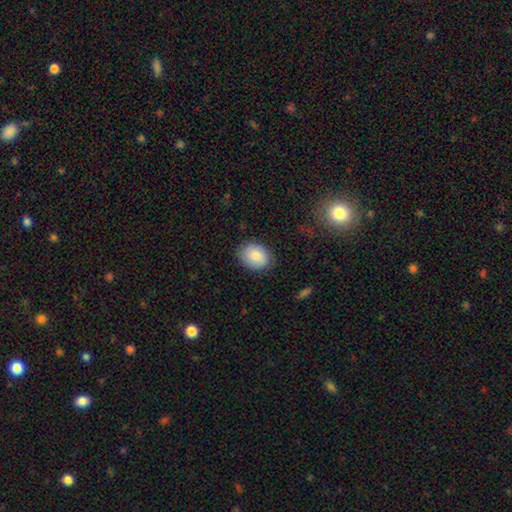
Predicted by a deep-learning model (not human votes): Smooth or featured: smooth — 84% (featured or disk — 9%)
How rounded: in between — 68% (round — 31%)
Merging: none — 81% (minor disturbance — 14%)